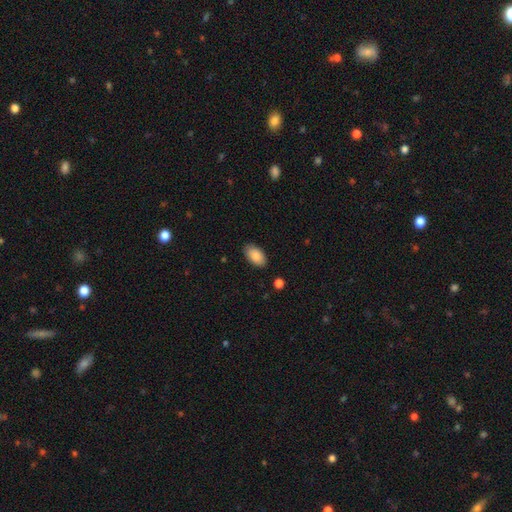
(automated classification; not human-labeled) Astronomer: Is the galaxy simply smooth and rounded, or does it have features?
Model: smooth — 87%.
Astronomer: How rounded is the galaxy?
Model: in between — 95%.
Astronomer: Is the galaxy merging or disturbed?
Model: none — 86%.